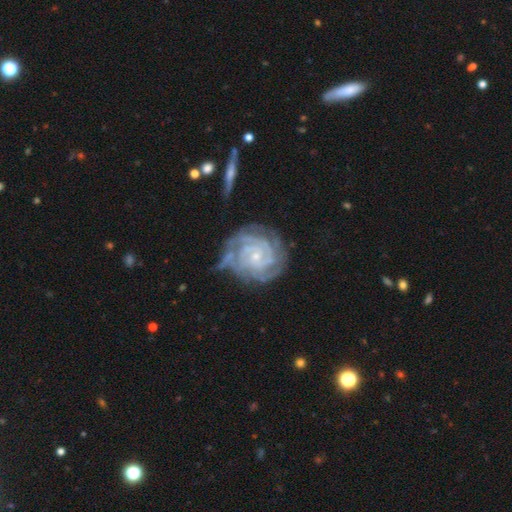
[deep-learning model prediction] Smooth or featured: featured or disk — 90% (star or artifact — 5%)
Edge-on disk: no — 98% (yes — 2%)
Bar: no — 69% (weak — 24%)
Spiral arms: yes — 98% (no — 2%)
Spiral winding: tight — 81% (medium — 16%)
Spiral arm count: 4 — 25% (tied with 3 — 25%)
Bulge size: small — 80% (moderate — 15%)
Merging: none — 63% (minor disturbance — 22%)